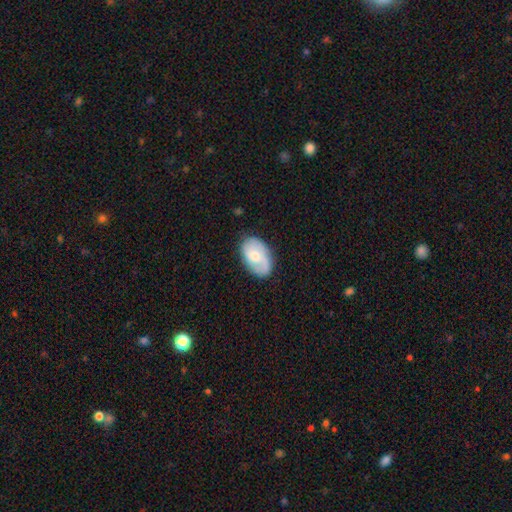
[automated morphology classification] Smooth or featured: featured or disk — 52% (smooth — 42%)
Edge-on disk: no — 96% (yes — 4%)
Merging: none — 74% (minor disturbance — 19%)